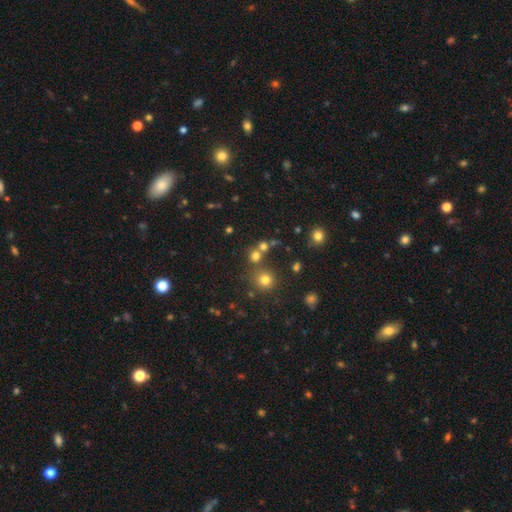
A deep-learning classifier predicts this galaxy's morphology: Smooth or featured: smooth — 69% (star or artifact — 22%)
How rounded: round — 87% (in between — 12%)
Merging: none — 61% (merger — 28%)